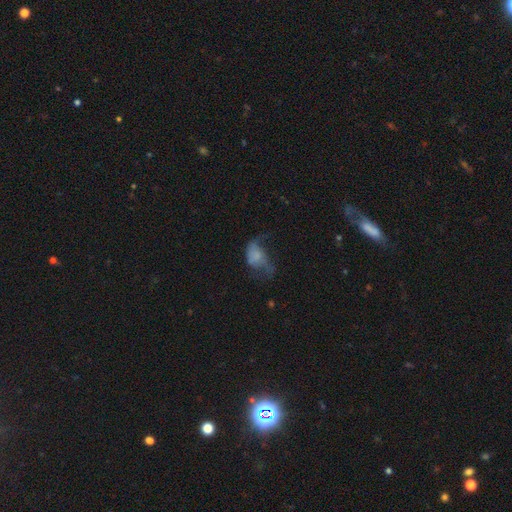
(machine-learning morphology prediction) type=smooth (49%); merging=major disturbance (51%).